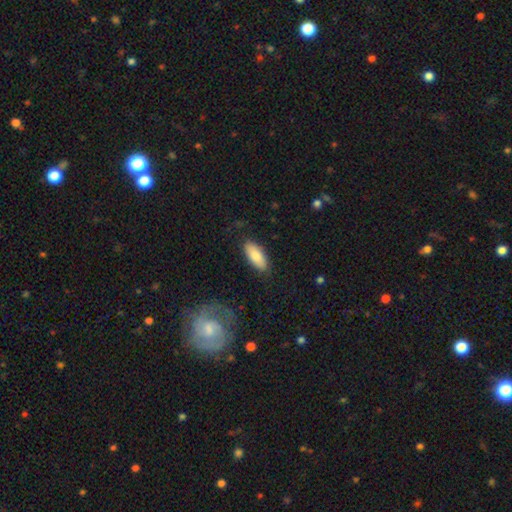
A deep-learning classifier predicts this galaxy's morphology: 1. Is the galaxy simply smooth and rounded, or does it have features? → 85% smooth, 9% featured or disk, 6% star or artifact.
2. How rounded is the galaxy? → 81% in between, 17% cigar-shaped, 2% round.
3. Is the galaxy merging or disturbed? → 83% none, 12% minor disturbance, 3% major disturbance, 2% merger.